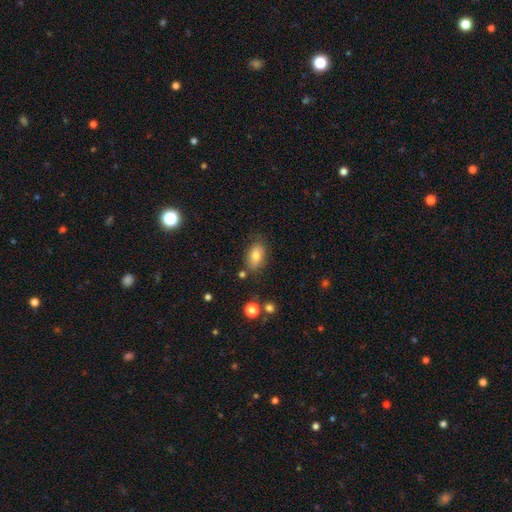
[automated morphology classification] This is likely a smooth galaxy (80%). How rounded: clearly in between (89%). Merging: likely none (76%).